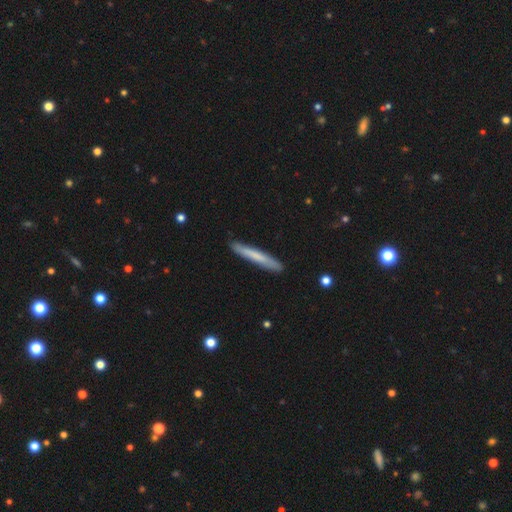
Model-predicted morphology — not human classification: smooth_or_featured: smooth (p=0.68) [alt: featured or disk p=0.27]
how_rounded: cigar-shaped (p=0.96) [alt: in between p=0.03]
merging: none (p=0.88) [alt: minor disturbance p=0.09]